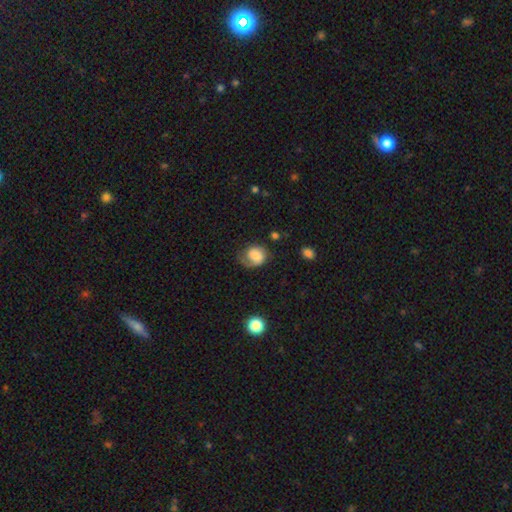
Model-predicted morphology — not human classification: This is possibly a smooth galaxy (50%). How rounded: possibly round (59%). Merging: possibly none (48%).